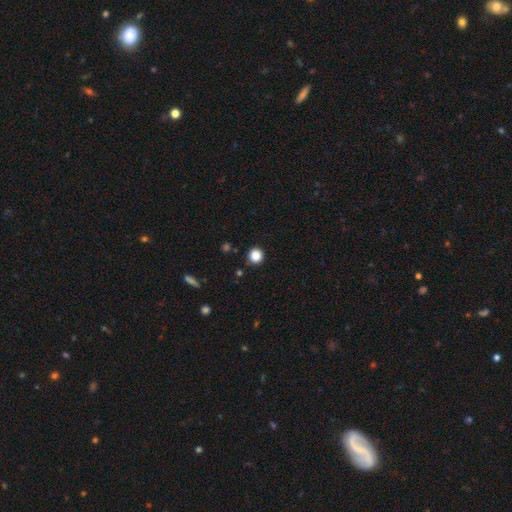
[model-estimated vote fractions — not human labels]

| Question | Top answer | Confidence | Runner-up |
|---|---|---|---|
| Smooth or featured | smooth | 85% | star or artifact (12%) |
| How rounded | round | 94% | in between (5%) |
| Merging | none | 92% | minor disturbance (5%) |